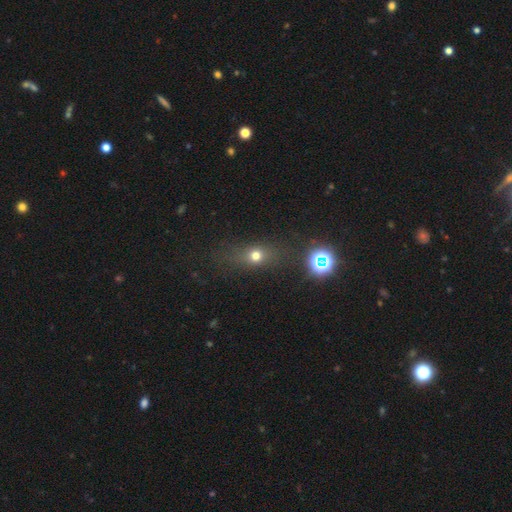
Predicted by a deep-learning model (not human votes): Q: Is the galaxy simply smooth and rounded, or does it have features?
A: smooth — 62%.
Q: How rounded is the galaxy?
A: round — 49%.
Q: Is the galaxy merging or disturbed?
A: none — 74%.